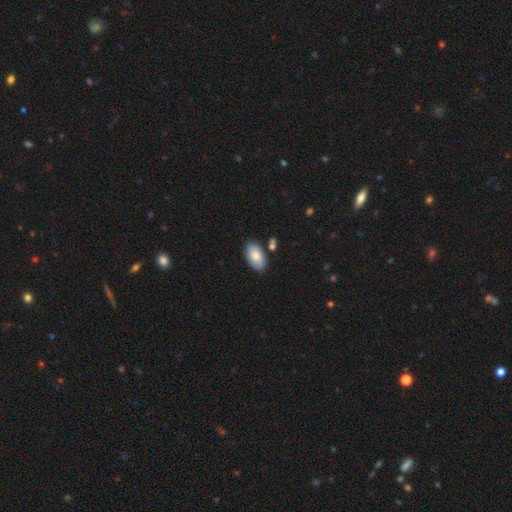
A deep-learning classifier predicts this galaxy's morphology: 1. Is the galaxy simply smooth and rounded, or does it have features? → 78% smooth, 16% featured or disk, 6% star or artifact.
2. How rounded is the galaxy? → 95% in between, 3% round, 2% cigar-shaped.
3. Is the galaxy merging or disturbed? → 81% none, 11% minor disturbance, 5% merger, 2% major disturbance.